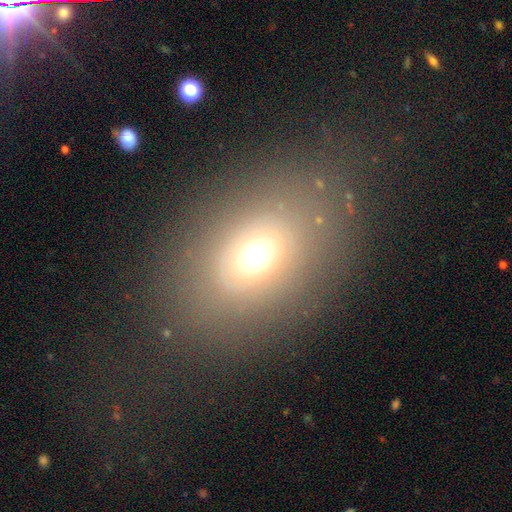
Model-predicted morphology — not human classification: Smooth or featured?
  - smooth: 61% *
  - featured or disk: 23%
  - star or artifact: 17%
How rounded?
  - in between: 67% *
  - round: 31%
  - cigar-shaped: 1%
Merging?
  - none: 77% *
  - minor disturbance: 12%
  - major disturbance: 9%
  - merger: 2%